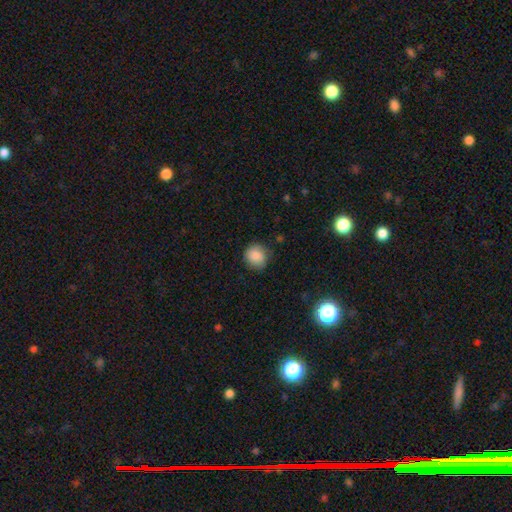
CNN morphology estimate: smooth 87%, star or artifact 8%, featured or disk 5%. Down the decision tree: how rounded — round (86%); merging — none (78%).